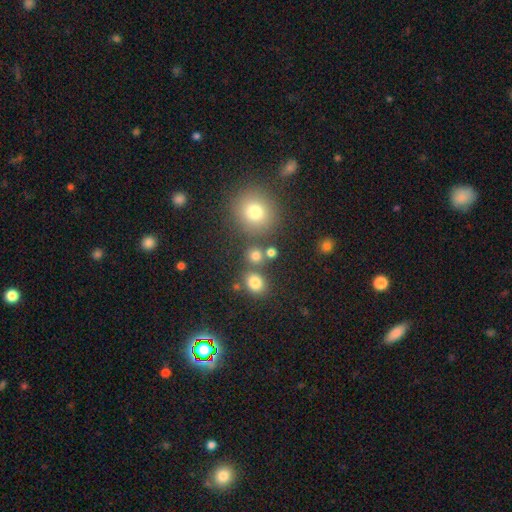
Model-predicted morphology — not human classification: Smooth or featured?
  - smooth: 76% *
  - star or artifact: 16%
  - featured or disk: 8%
How rounded?
  - round: 78% *
  - in between: 20%
  - cigar-shaped: 1%
Merging?
  - none: 69% *
  - merger: 19%
  - minor disturbance: 8%
  - major disturbance: 4%